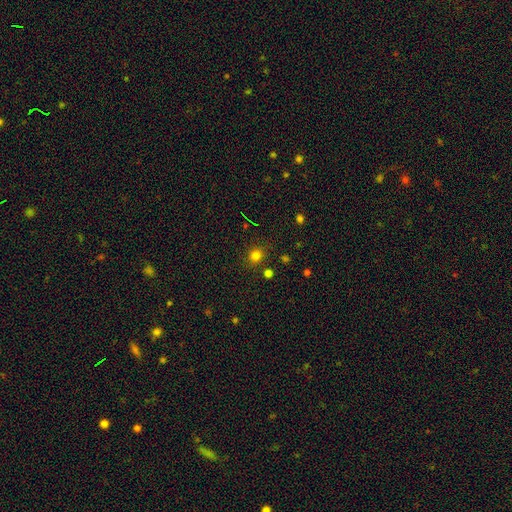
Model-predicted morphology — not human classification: smooth_or_featured: smooth (p=0.78) [alt: star or artifact p=0.17]
how_rounded: round (p=0.77) [alt: in between p=0.22]
merging: none (p=0.83) [alt: minor disturbance p=0.10]